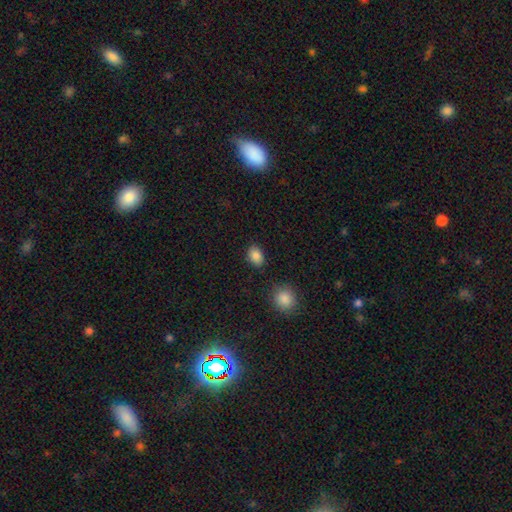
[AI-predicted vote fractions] Smooth or featured: smooth — 86% (star or artifact — 9%)
How rounded: in between — 79% (round — 19%)
Merging: none — 84% (minor disturbance — 10%)